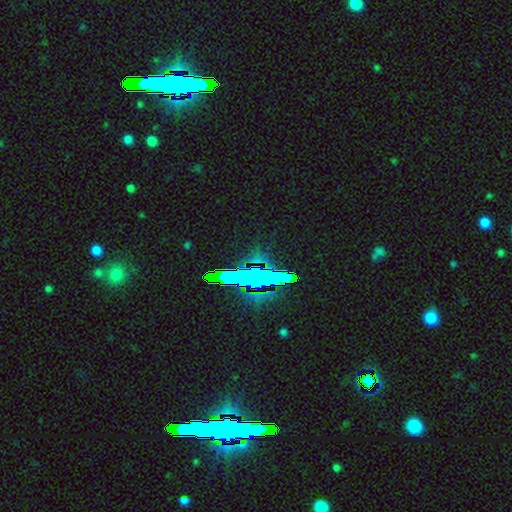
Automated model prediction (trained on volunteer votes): This appears to be a star or artifact, not a galaxy (72%).